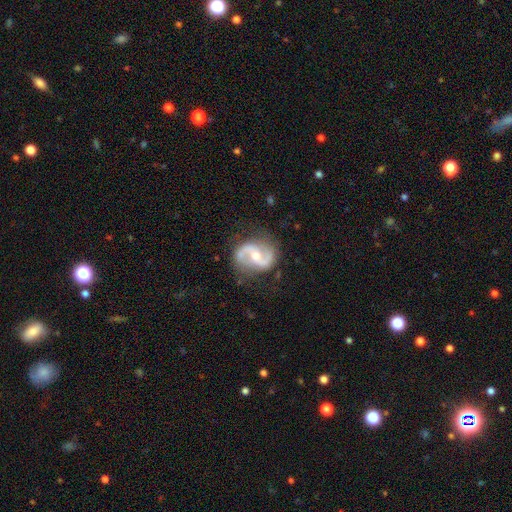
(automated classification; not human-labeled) Morphology: type=featured or disk (89%); edge-on=no (98%); bar=no (39%); spiral arms=yes (96%); winding=medium (44%, tied with loose); arm count=2 (93%); bulge=moderate (62%); merging=none (79%).